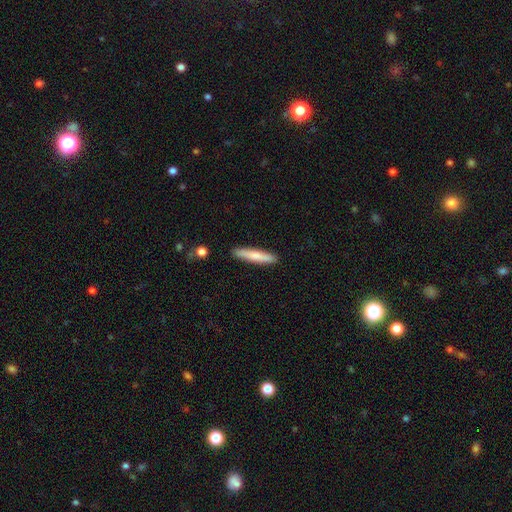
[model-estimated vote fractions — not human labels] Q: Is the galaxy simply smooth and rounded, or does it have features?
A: smooth — 75%.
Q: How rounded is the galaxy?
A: cigar-shaped — 91%.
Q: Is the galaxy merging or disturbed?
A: none — 90%.